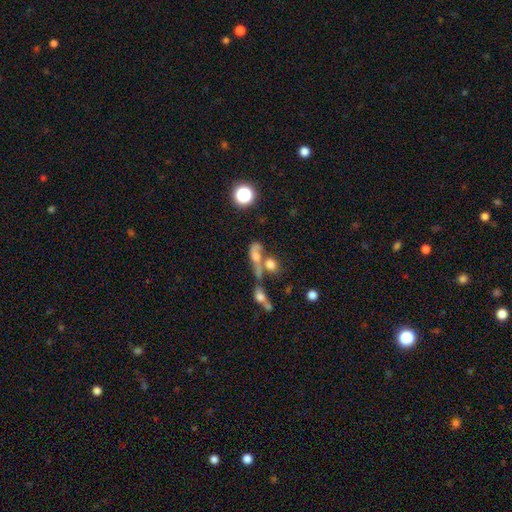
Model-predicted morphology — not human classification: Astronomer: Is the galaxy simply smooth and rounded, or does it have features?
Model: smooth — 47% (runner-up: featured or disk, 34%).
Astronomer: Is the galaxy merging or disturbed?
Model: merger — 48% (runner-up: none, 26%).